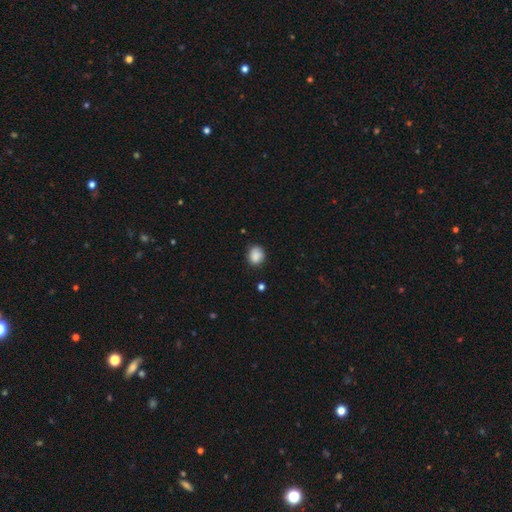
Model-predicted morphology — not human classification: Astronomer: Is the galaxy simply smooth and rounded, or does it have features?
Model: smooth — 87%.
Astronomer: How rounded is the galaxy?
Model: round — 65%.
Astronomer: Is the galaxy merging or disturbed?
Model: none — 80%.